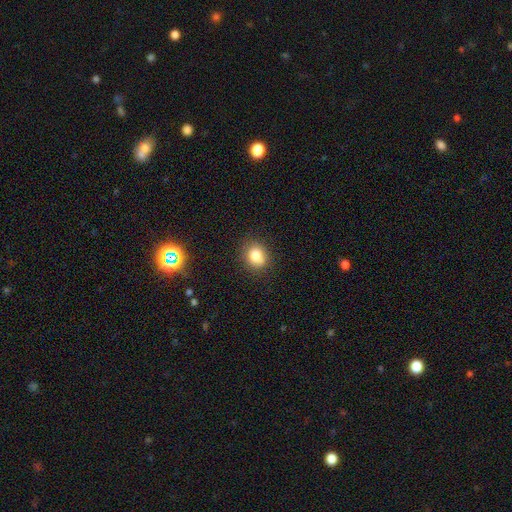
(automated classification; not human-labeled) A smooth galaxy with no disk features (80%) that is round (64%). Merging: none (78%).